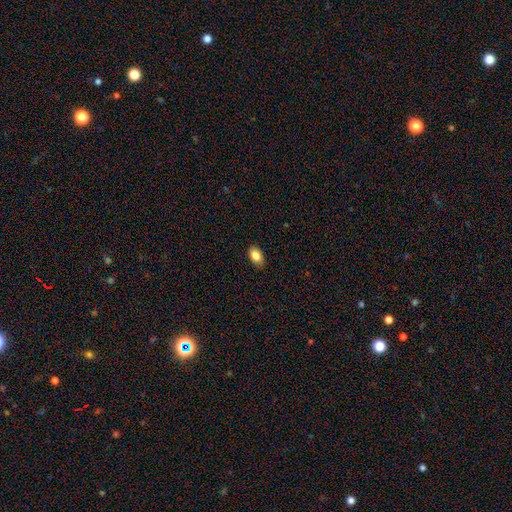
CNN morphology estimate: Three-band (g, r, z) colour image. It shows a smooth galaxy with no disk features (85%) that is in between round and cigar-shaped (89%). Merging: none (88%).